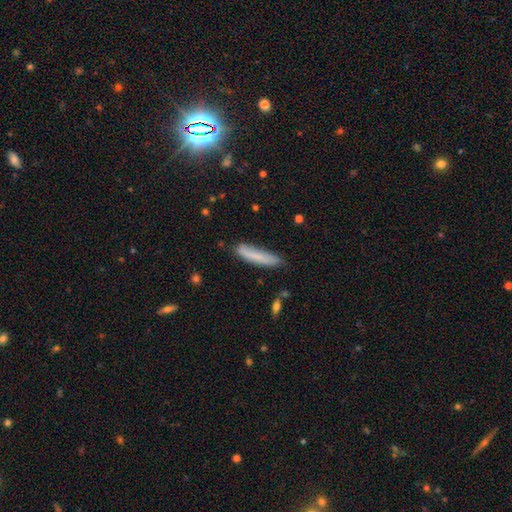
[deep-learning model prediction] Q: Smooth or featured?
A: smooth (76%); runner-up: featured or disk (17%)
Q: How rounded?
A: cigar-shaped (85%); runner-up: in between (14%)
Q: Merging?
A: none (73%); runner-up: minor disturbance (21%)